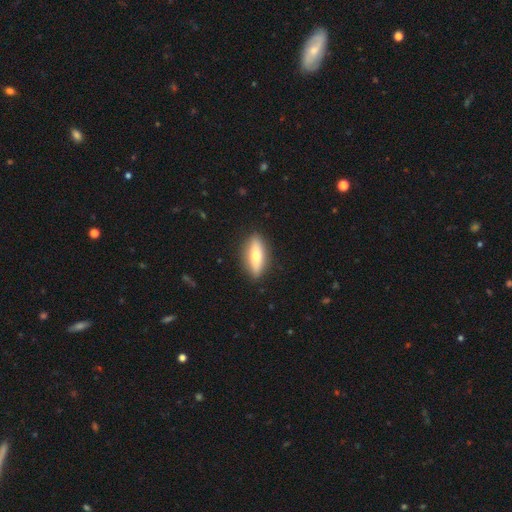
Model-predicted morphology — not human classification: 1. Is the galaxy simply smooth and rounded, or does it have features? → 60% smooth, 34% featured or disk, 6% star or artifact.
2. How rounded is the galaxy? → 60% in between, 37% cigar-shaped, 3% round.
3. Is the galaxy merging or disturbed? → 89% none, 8% minor disturbance, 2% major disturbance, 1% merger.